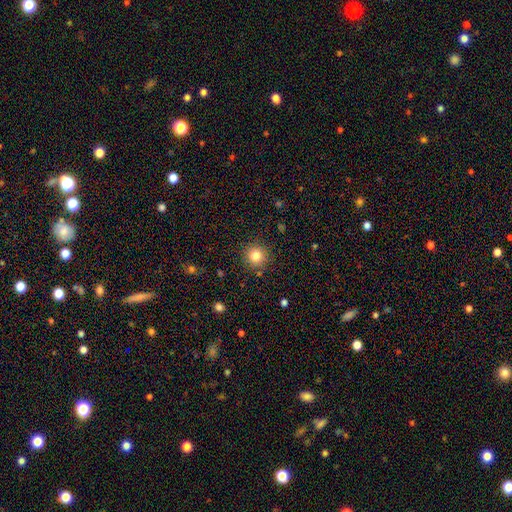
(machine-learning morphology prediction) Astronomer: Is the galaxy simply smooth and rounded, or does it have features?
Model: smooth — 82%.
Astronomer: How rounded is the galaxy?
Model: round — 94%.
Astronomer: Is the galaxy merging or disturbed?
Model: none — 89%.